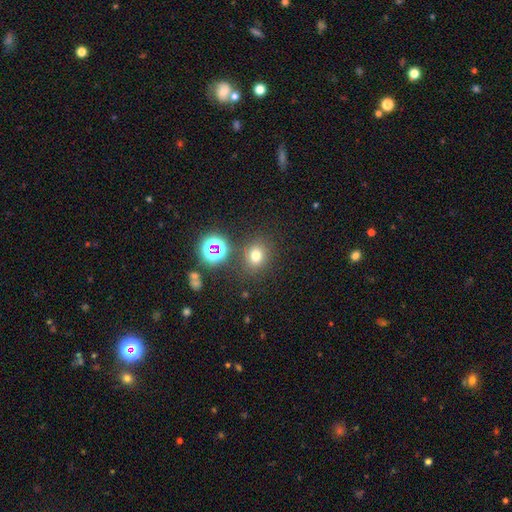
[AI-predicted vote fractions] This is likely a smooth galaxy (69%). How rounded: likely round (69%). Merging: likely none (79%).